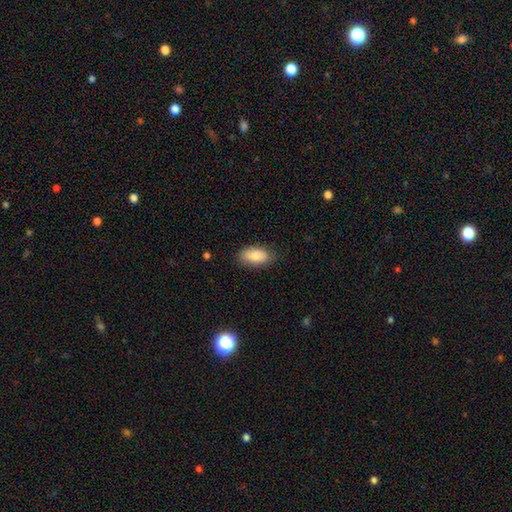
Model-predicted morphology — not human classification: A smooth galaxy with no disk features (83%) that is in between round and cigar-shaped (93%).

Vote fractions:
- Smooth or featured? smooth: 83% / featured or disk: 10% / star or artifact: 6%
- How rounded? in between: 93% / round: 4% / cigar-shaped: 3%
- Merging? none: 80% / minor disturbance: 15% / major disturbance: 3% / merger: 1%